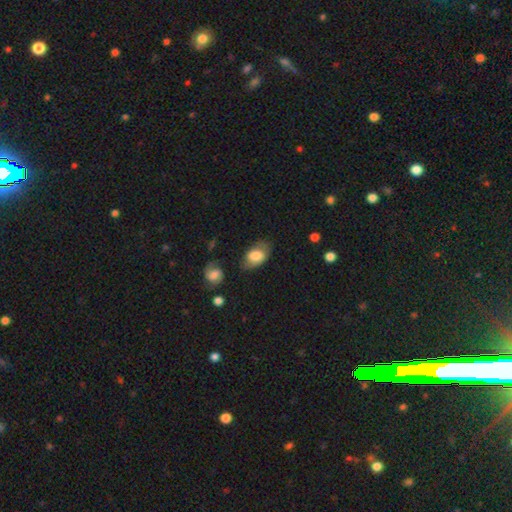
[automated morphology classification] Smooth or featured? Predicted: smooth (p=0.70). How rounded? Predicted: in between (p=0.89). Merging? Predicted: none (p=0.57).